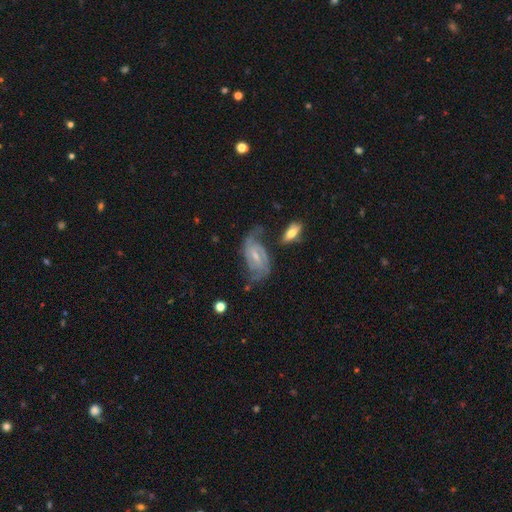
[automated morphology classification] Smooth or featured? featured or disk (84%)
Edge-on disk? no (96%)
Bar? weak (52%)
Spiral arms? yes (95%)
Spiral winding? medium (47%)
Spiral arm count? 2 (74%)
Bulge size? small (62%)
Merging? none (57%)